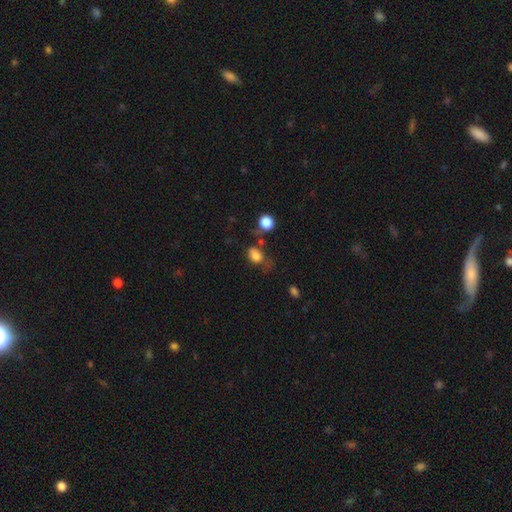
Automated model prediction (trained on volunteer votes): Smooth or featured: smooth — 77% (star or artifact — 11%)
How rounded: in between — 68% (round — 30%)
Merging: none — 37% (minor disturbance — 27%)